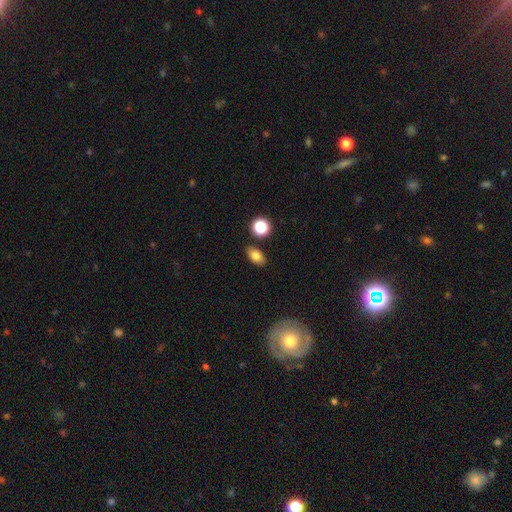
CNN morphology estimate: The model was most divided on "smooth or featured": smooth: 79%, star or artifact: 11%, featured or disk: 10%. More confident: how rounded — in between (85%); merging — none (84%).